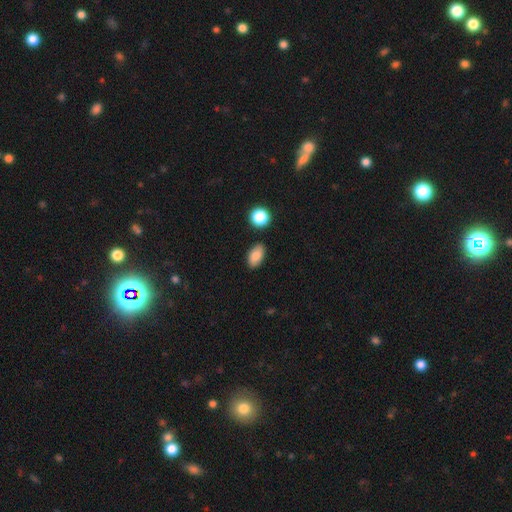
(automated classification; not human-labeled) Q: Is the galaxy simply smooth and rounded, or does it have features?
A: smooth — 84%.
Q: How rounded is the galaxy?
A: in between — 91%.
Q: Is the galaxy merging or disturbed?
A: none — 85%.